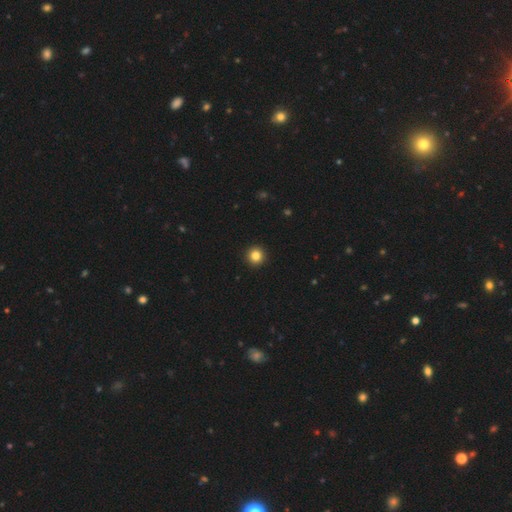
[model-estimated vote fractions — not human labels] The model was most divided on "smooth or featured": smooth: 84%, star or artifact: 11%, featured or disk: 4%. More confident: how rounded — round (96%); merging — none (94%).